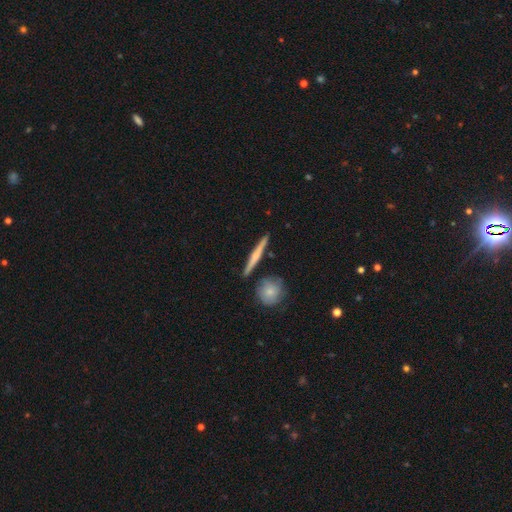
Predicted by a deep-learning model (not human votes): featured or disk 55%, smooth 40%, star or artifact 5%. Down the decision tree: edge-on disk — yes (96%); edge-on bulge — rounded (56%); merging — none (86%).